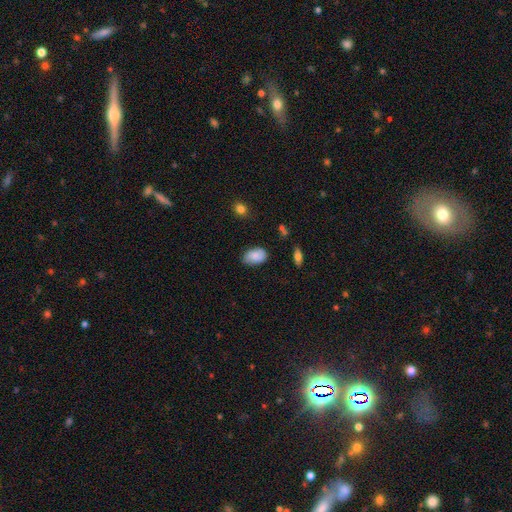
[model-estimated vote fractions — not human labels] Morphology: type=smooth (77%); roundness=in between (90%); merging=none (73%).